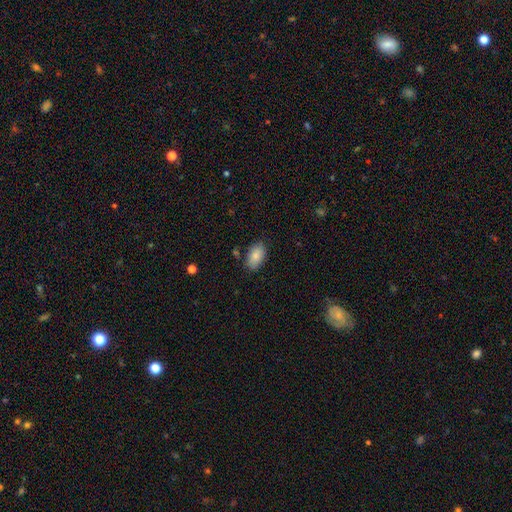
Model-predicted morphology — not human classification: smooth 84%, featured or disk 9%, star or artifact 7%. Down the decision tree: how rounded — in between (93%); merging — none (81%).